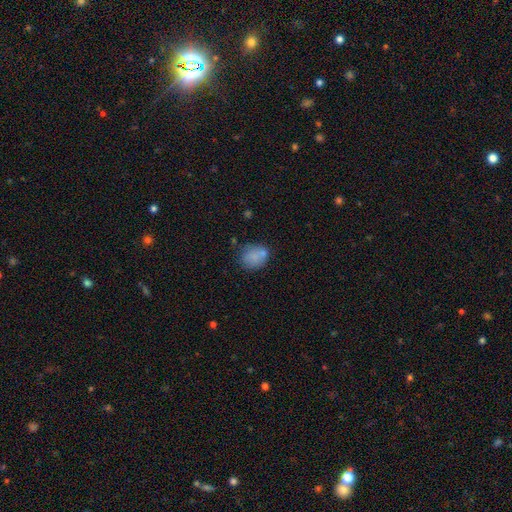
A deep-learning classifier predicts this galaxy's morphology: This is likely a smooth galaxy (78%). How rounded: possibly round (54%). Merging: possibly none (56%).